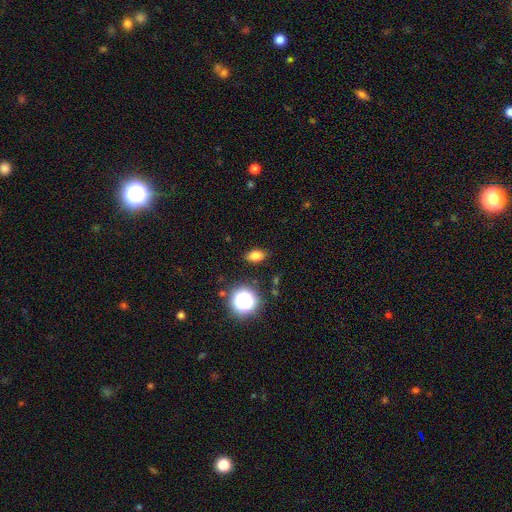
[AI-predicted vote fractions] A smooth galaxy with no disk features (77%) that is in between round and cigar-shaped (80%).

Vote fractions:
- Smooth or featured? smooth: 77% / star or artifact: 15% / featured or disk: 8%
- How rounded? in between: 80% / round: 17% / cigar-shaped: 3%
- Merging? none: 87% / minor disturbance: 9% / major disturbance: 3% / merger: 2%